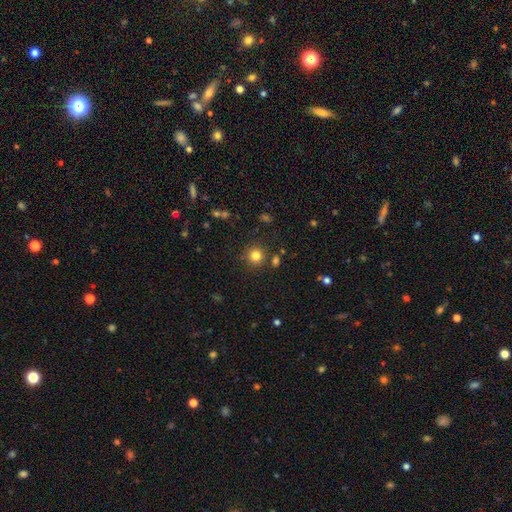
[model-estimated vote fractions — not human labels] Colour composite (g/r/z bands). It shows a smooth galaxy with no disk features (81%) that is round (93%). Merging: none (85%).